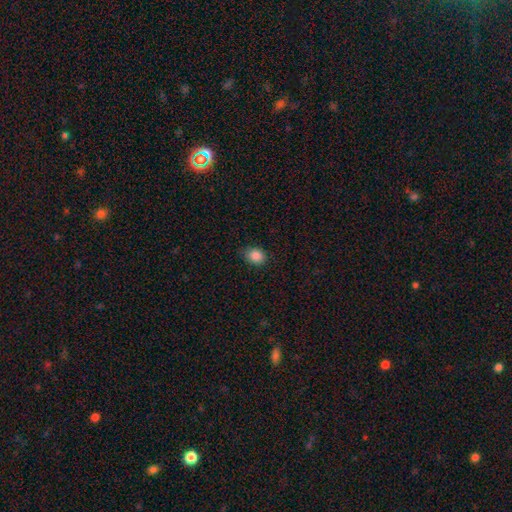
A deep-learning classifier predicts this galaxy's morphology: Smooth or featured? Predicted: smooth (p=0.86). How rounded? Predicted: in between (p=0.51). Merging? Predicted: none (p=0.78).